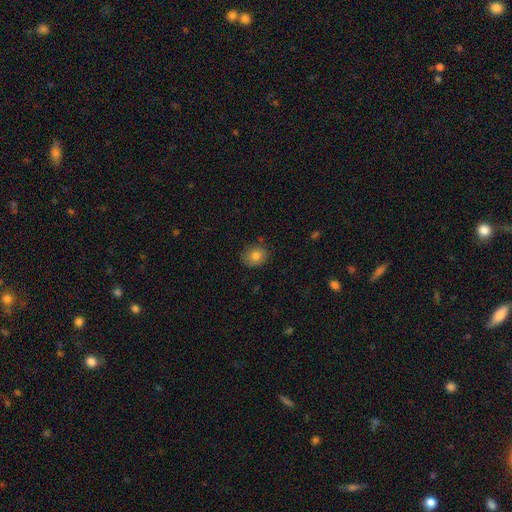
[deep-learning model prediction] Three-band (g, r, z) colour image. It shows a smooth galaxy with no disk features (80%) that is round (58%). Merging: none (79%).